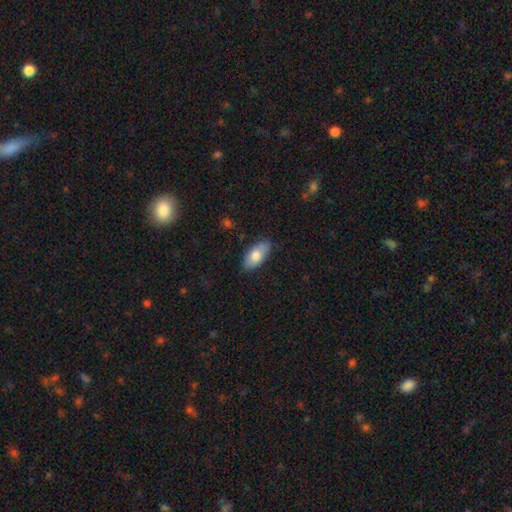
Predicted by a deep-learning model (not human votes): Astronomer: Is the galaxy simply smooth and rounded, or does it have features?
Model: smooth — 75%.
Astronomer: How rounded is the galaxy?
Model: in between — 91%.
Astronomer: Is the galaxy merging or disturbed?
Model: none — 81%.